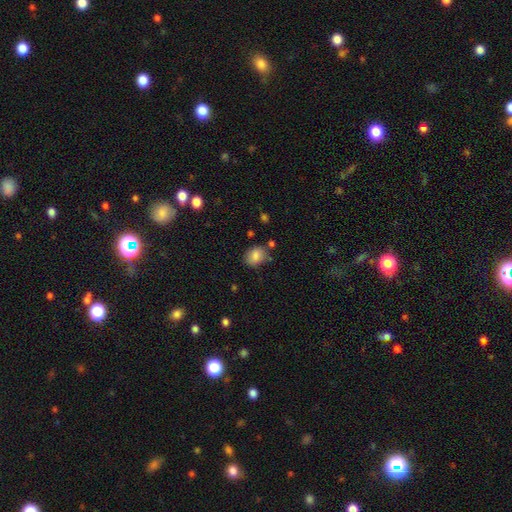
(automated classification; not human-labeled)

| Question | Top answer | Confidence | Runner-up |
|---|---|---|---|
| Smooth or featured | smooth | 83% | star or artifact (9%) |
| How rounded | in between | 57% | round (42%) |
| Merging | none | 72% | minor disturbance (18%) |